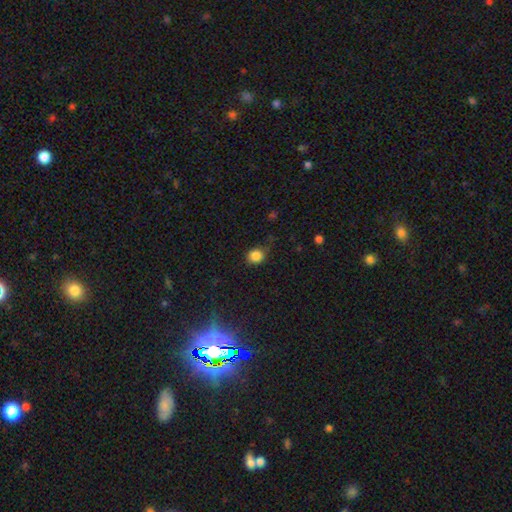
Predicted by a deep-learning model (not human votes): Smooth or featured? smooth (85%)
How rounded? round (79%)
Merging? none (77%)